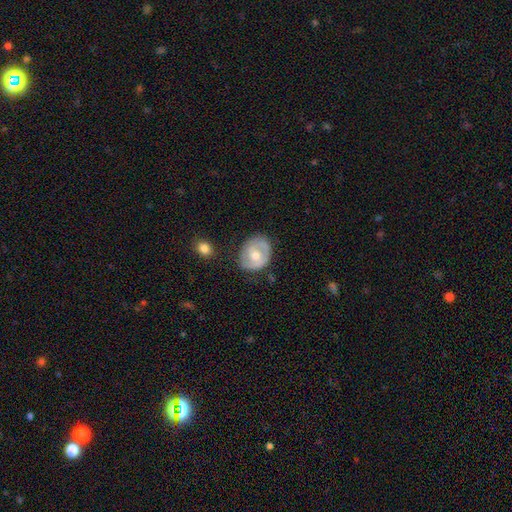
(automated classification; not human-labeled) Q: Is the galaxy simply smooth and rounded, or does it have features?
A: featured or disk — 59%.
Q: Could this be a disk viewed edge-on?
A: no — 96%.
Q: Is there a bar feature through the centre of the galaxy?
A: no — 65%.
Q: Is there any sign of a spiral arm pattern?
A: yes — 67%.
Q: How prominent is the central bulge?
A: moderate — 72%.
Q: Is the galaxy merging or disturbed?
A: none — 67%.